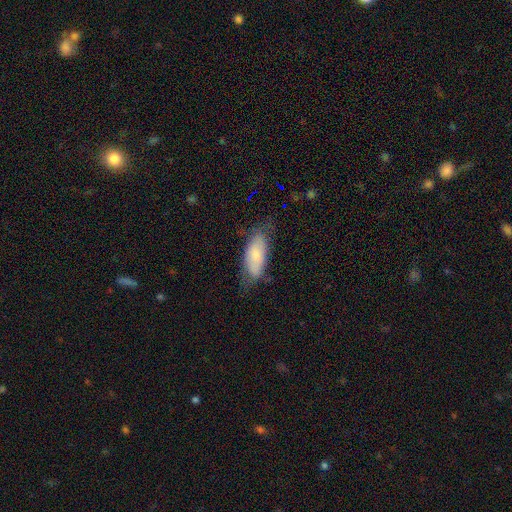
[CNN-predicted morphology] smooth-or-featured: smooth: 70% | featured or disk: 23% | star or artifact: 7%
  how-rounded: in between: 82% | cigar-shaped: 16% | round: 2%
  merging: none: 58% | minor disturbance: 29% | major disturbance: 11% | merger: 2%